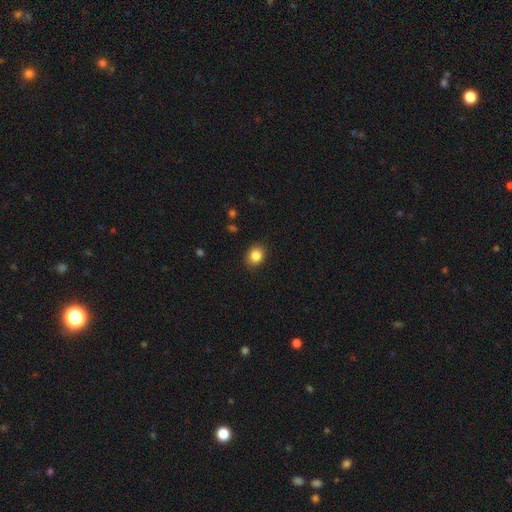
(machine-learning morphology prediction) smooth_or_featured: smooth (p=0.85) [alt: star or artifact p=0.10]
how_rounded: round (p=0.57) [alt: in between p=0.42]
merging: none (p=0.87) [alt: minor disturbance p=0.09]